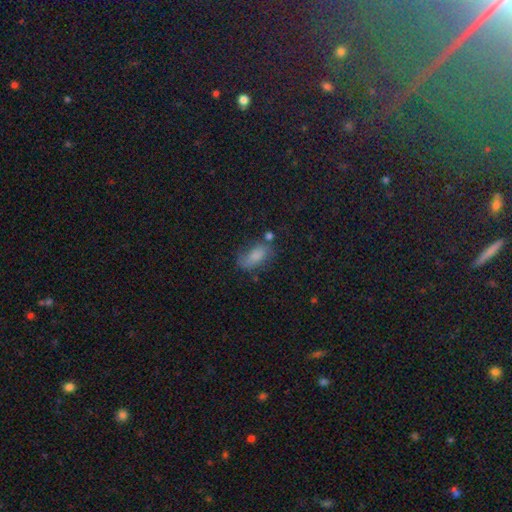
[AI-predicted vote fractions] This appears to be a smooth galaxy with no disk features (74%) that is in between round and cigar-shaped (87%). Merging: none (52%).